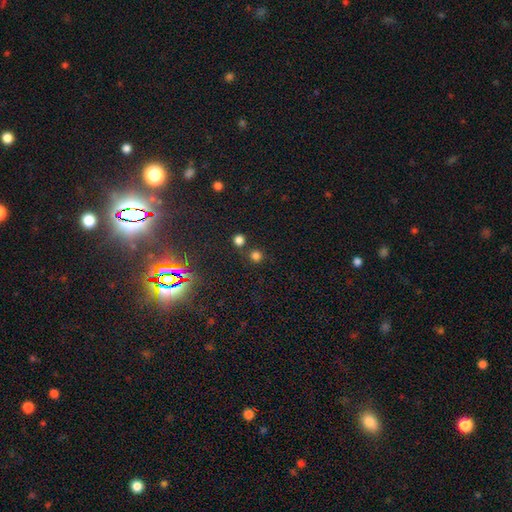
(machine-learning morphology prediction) Smooth or featured? smooth (74%)
How rounded? round (92%)
Merging? none (73%)